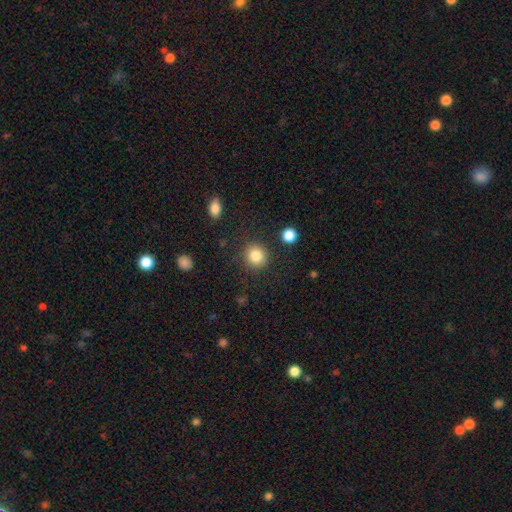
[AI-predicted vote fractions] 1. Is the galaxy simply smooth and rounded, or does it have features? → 84% smooth, 10% star or artifact, 6% featured or disk.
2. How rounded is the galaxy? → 90% round, 9% in between, 1% cigar-shaped.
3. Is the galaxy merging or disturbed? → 88% none, 7% minor disturbance, 3% major disturbance, 2% merger.